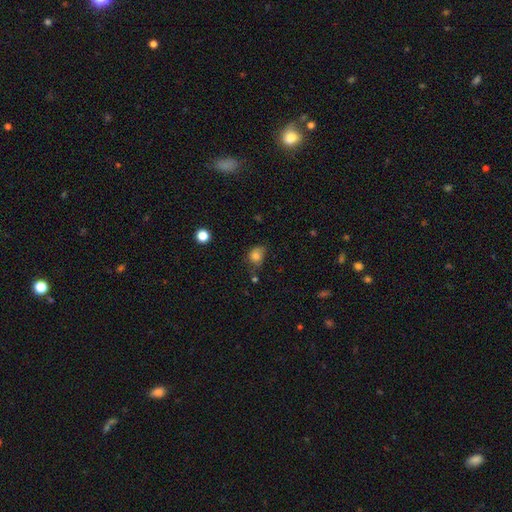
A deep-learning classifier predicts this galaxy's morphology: Smooth or featured? Predicted: smooth (p=0.79). How rounded? Predicted: round (p=0.53). Merging? Predicted: none (p=0.50).